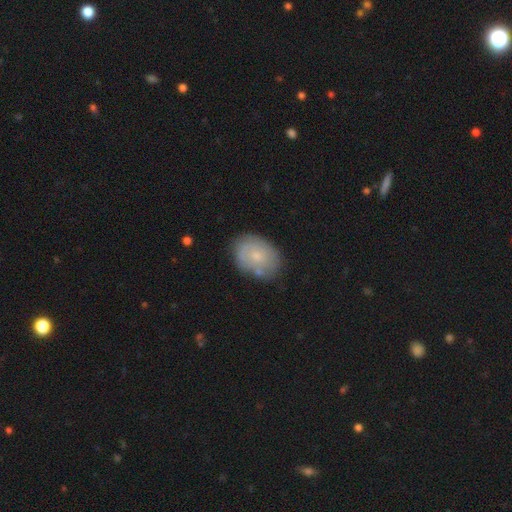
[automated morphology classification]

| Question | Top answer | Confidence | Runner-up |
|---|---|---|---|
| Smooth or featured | smooth | 63% | featured or disk (29%) |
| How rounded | in between | 72% | round (27%) |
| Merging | none | 70% | minor disturbance (20%) |